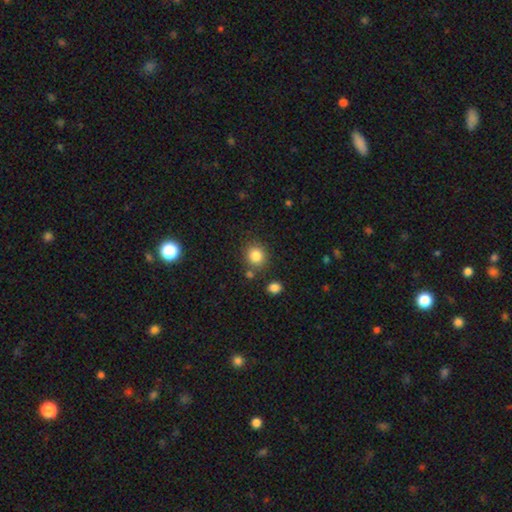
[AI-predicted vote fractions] A smooth galaxy with no disk features (84%) that is round (84%). Merging: none (79%).